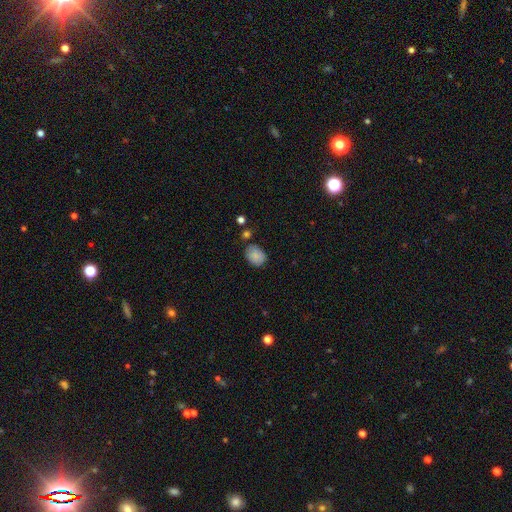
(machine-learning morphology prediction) Smooth or featured: smooth — 84% (star or artifact — 8%)
How rounded: in between — 64% (round — 35%)
Merging: none — 68% (minor disturbance — 21%)